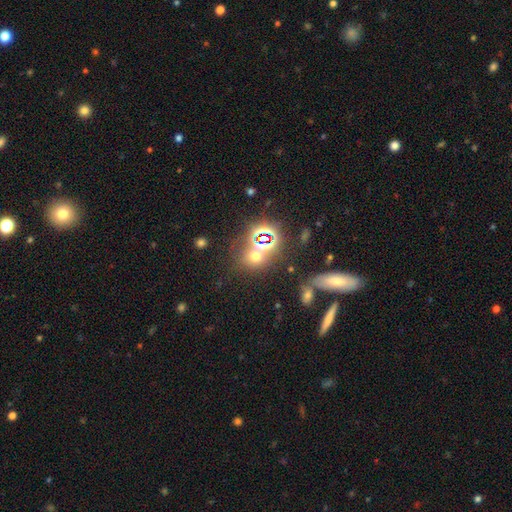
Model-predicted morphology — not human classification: Smooth or featured? smooth (46%)
Merging? none (64%)